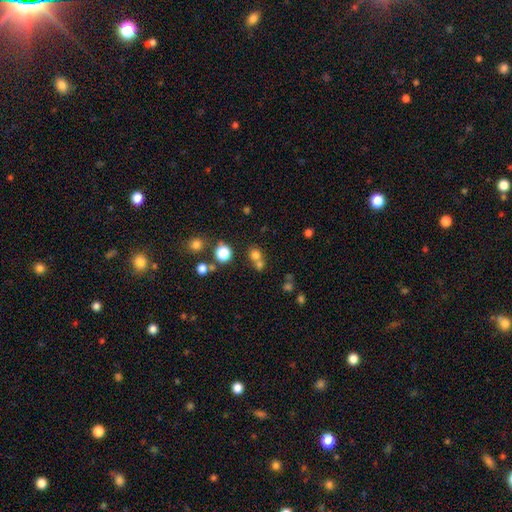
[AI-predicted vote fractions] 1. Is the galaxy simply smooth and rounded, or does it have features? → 70% smooth, 20% star or artifact, 10% featured or disk.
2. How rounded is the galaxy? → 82% round, 17% in between, 1% cigar-shaped.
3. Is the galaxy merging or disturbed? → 49% none, 41% merger, 7% minor disturbance, 3% major disturbance.